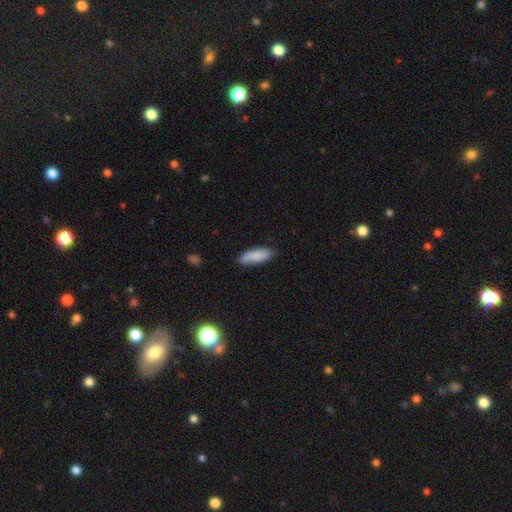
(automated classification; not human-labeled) Smooth or featured: smooth — 84% (featured or disk — 10%)
How rounded: in between — 68% (cigar-shaped — 30%)
Merging: none — 76% (minor disturbance — 19%)